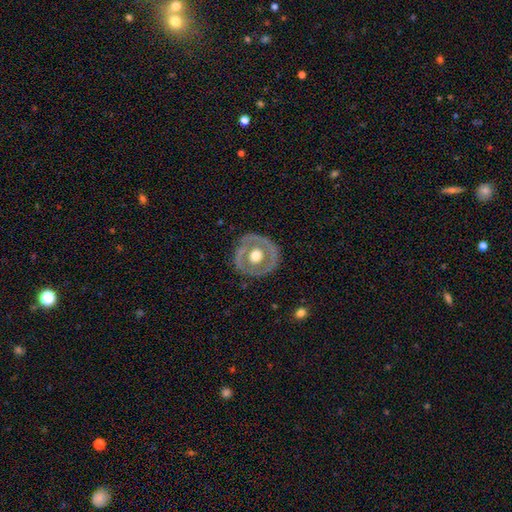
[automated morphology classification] type=featured or disk (59%); edge-on=no (94%); bar=no (88%); spiral arms=no (89%); bulge=moderate (65%); merging=none (81%).